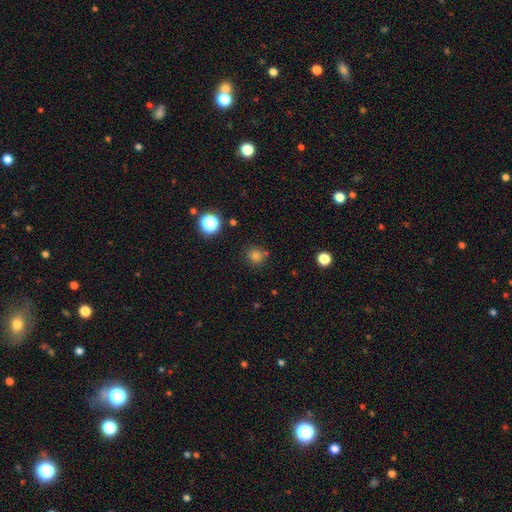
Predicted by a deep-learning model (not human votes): A smooth galaxy with no disk features (76%) that is round (92%). Merging: none (83%).